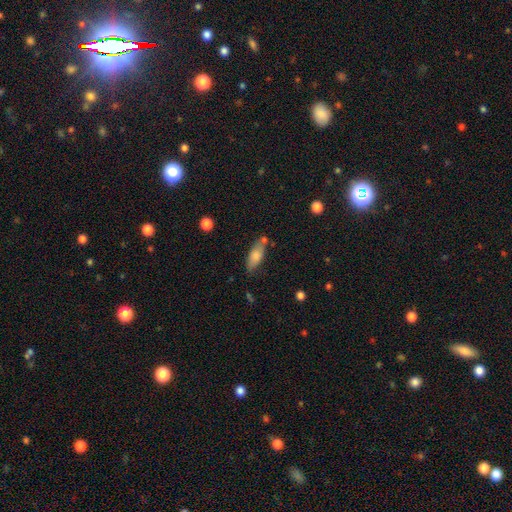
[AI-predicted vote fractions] This appears to be a smooth galaxy with no disk features (76%) that is in between round and cigar-shaped (71%). Merging: none (64%).